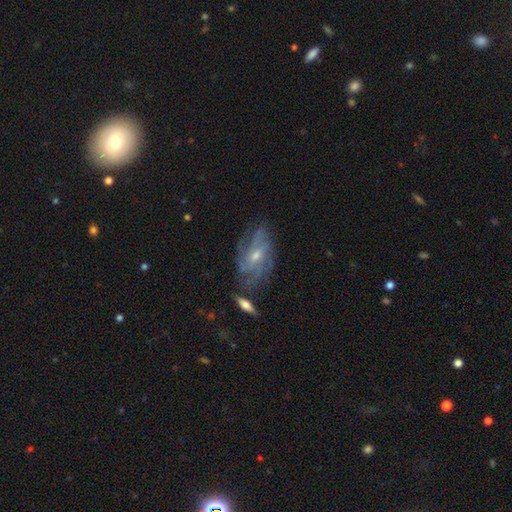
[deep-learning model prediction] The model was most divided on "spiral winding": tight: 44%, medium: 40%, loose: 17%. Remaining: edge-on disk — no (94%); spiral arms — yes (90%); smooth or featured — featured or disk (79%); merging — none (65%); bar — no (58%); bulge size — small (53%); spiral arm count — can't tell (37%).